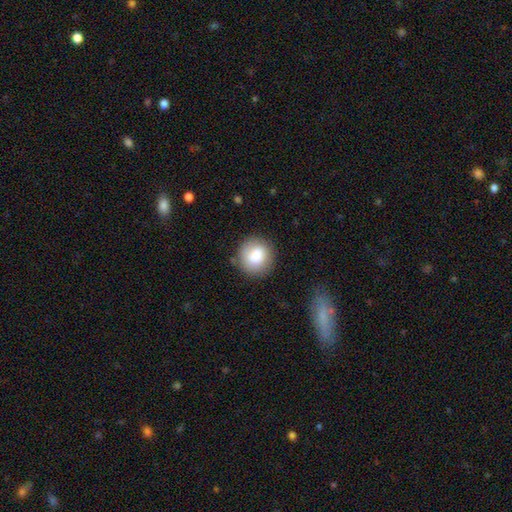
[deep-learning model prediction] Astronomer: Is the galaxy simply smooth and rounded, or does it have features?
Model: smooth — 83%.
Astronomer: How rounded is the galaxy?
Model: round — 89%.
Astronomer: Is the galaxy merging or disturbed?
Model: none — 82%.